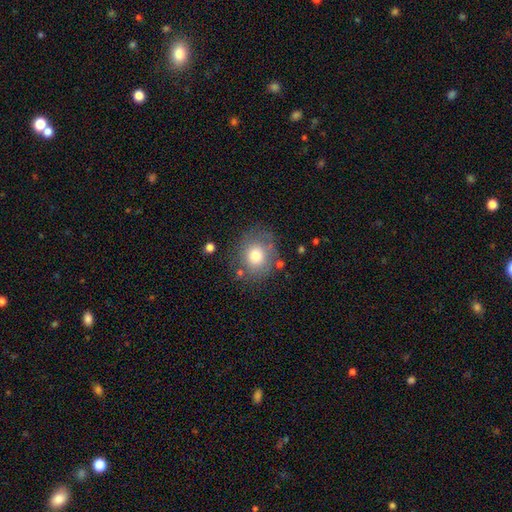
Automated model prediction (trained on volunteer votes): Smooth or featured? Predicted: smooth (p=0.75). How rounded? Predicted: round (p=0.76). Merging? Predicted: none (p=0.74).